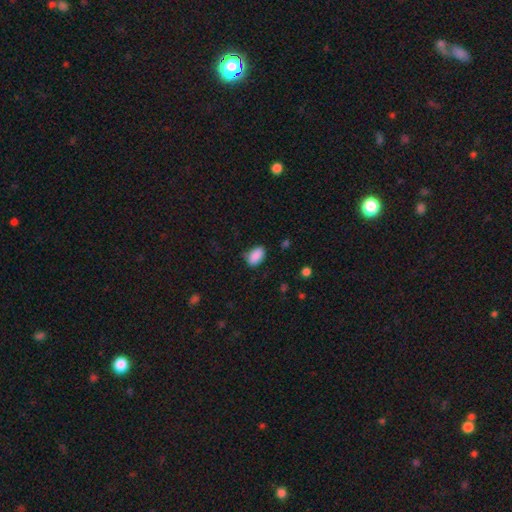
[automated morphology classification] Smooth or featured? smooth (89%)
How rounded? in between (92%)
Merging? none (80%)